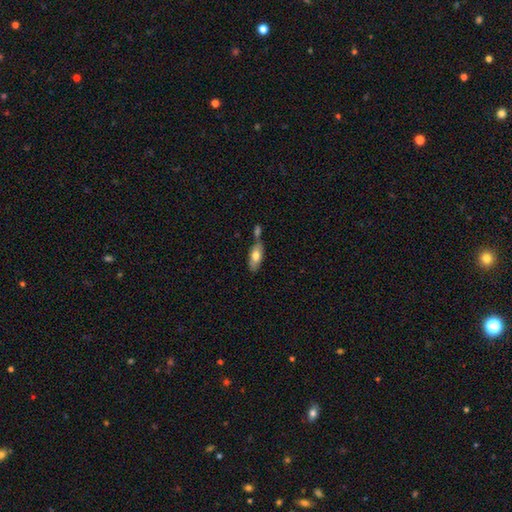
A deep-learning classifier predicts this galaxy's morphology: The model was most divided on "merging": none: 51%, merger: 29%, minor disturbance: 15%, major disturbance: 4%. More confident: how rounded — in between (79%); smooth or featured — smooth (69%).